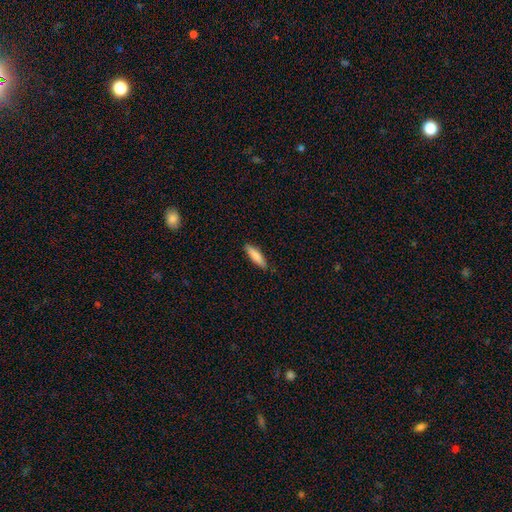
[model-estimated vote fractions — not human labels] Smooth or featured?
  - smooth: 82% *
  - featured or disk: 12%
  - star or artifact: 6%
How rounded?
  - cigar-shaped: 70% *
  - in between: 28%
  - round: 1%
Merging?
  - none: 87% *
  - minor disturbance: 10%
  - major disturbance: 2%
  - merger: 1%